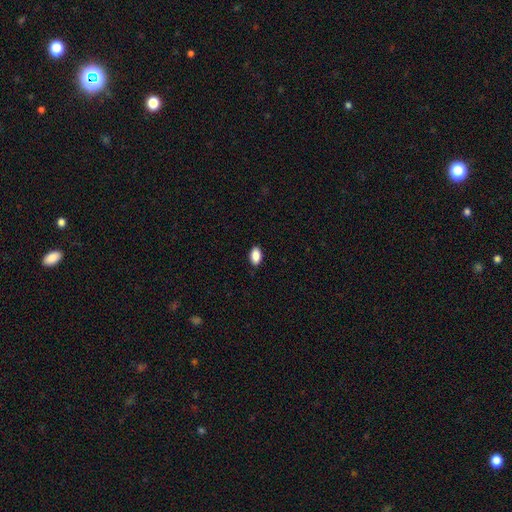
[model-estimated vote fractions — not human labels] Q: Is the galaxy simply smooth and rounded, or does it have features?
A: smooth — 89%.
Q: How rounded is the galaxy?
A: in between — 92%.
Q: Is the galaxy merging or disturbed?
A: none — 88%.